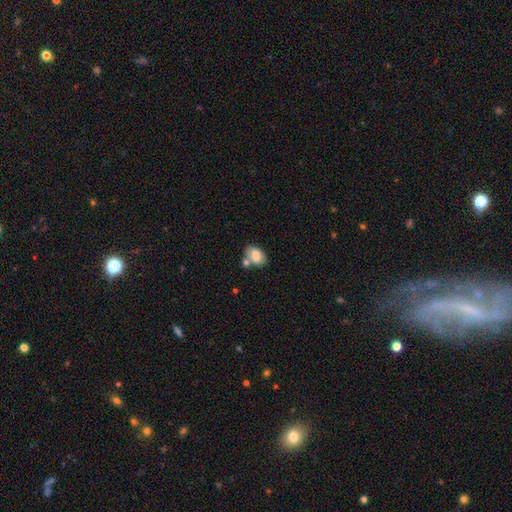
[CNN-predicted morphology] type=smooth (75%); roundness=in between (85%); merging=none (50%).